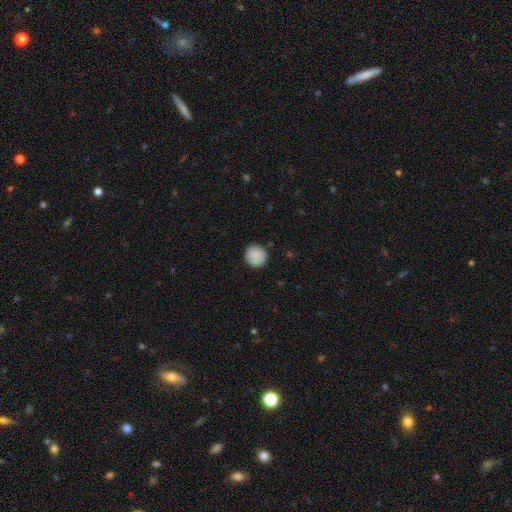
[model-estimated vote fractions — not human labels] Overall: smooth (89%). How rounded: round (93%). Merging: none (90%).